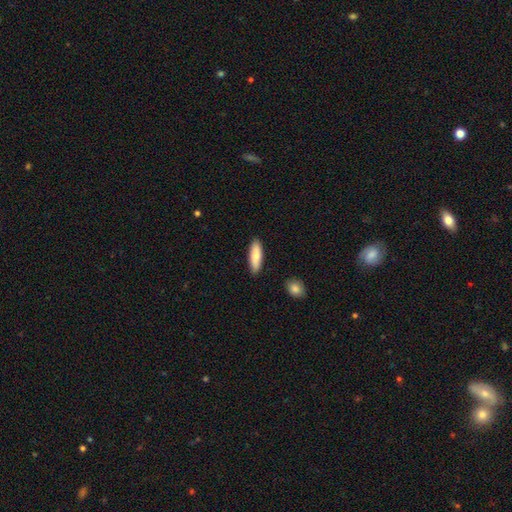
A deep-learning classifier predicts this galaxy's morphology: Smooth or featured? smooth (82%)
How rounded? in between (50%)
Merging? none (88%)